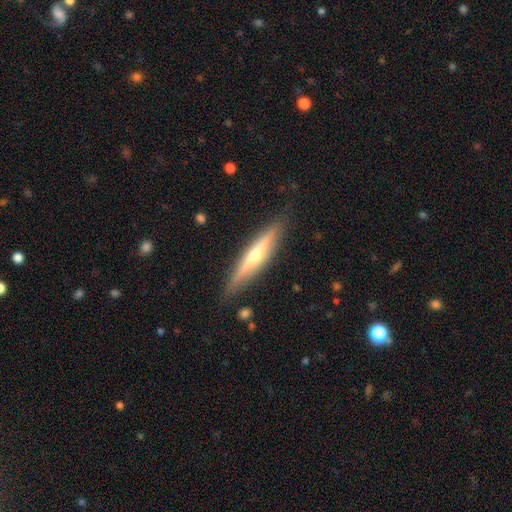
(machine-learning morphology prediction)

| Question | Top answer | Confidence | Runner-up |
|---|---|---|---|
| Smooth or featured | featured or disk | 64% | smooth (30%) |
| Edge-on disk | yes | 94% | no (6%) |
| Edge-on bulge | rounded | 81% | none (14%) |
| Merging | none | 87% | minor disturbance (10%) |